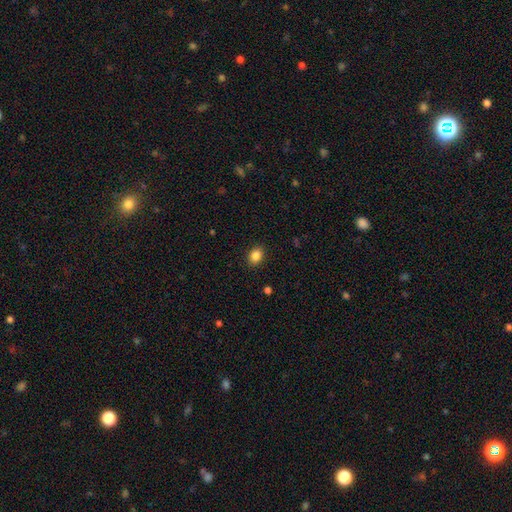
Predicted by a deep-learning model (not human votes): smooth_or_featured: smooth (p=0.86) [alt: star or artifact p=0.10]
how_rounded: in between (p=0.55) [alt: round p=0.44]
merging: none (p=0.89) [alt: minor disturbance p=0.07]